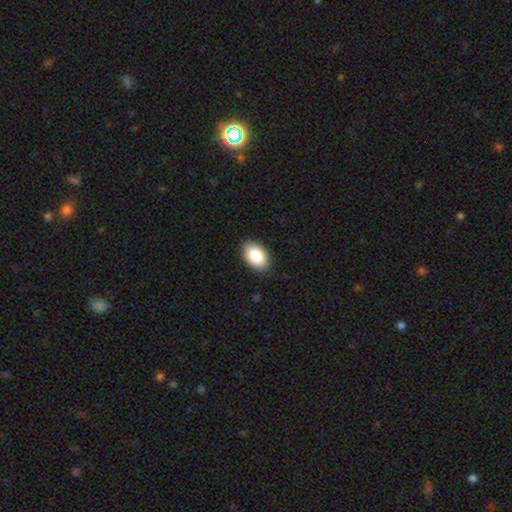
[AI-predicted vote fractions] smooth_or_featured: smooth (p=0.88) [alt: star or artifact p=0.07]
how_rounded: in between (p=0.91) [alt: round p=0.08]
merging: none (p=0.87) [alt: minor disturbance p=0.10]